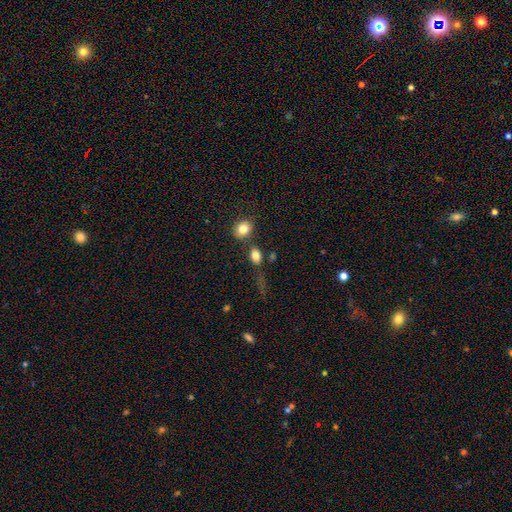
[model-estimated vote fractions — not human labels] Smooth or featured: smooth — 82% (star or artifact — 10%)
How rounded: in between — 76% (round — 21%)
Merging: none — 61% (merger — 17%)